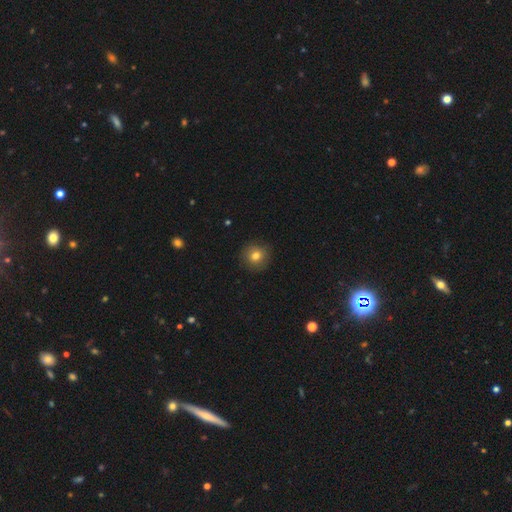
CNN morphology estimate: A smooth galaxy with no disk features (79%) that is round (92%).

Vote fractions:
- Smooth or featured? smooth: 79% / star or artifact: 11% / featured or disk: 10%
- How rounded? round: 92% / in between: 7% / cigar-shaped: 1%
- Merging? none: 89% / minor disturbance: 8% / major disturbance: 2% / merger: 1%